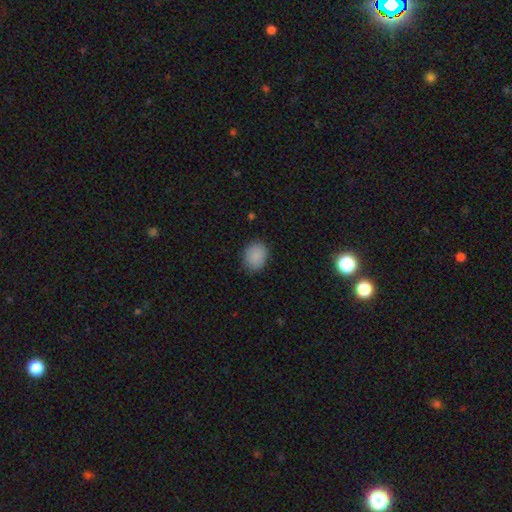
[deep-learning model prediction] The model was most divided on "how rounded": round: 51%, in between: 48%, cigar-shaped: 1%. More confident: smooth or featured — smooth (88%); merging — none (84%).